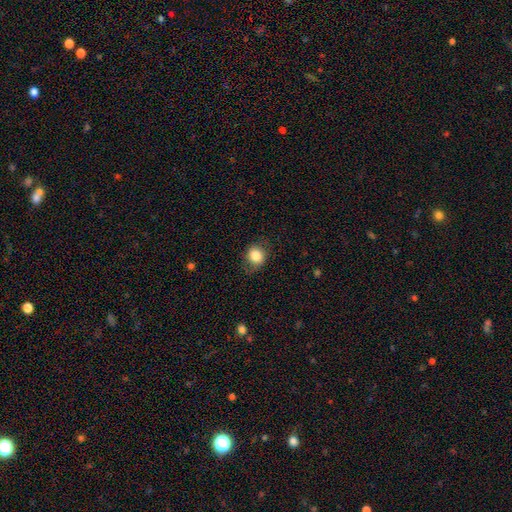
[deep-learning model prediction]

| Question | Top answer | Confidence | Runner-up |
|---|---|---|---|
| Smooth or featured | smooth | 83% | star or artifact (9%) |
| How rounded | round | 71% | in between (28%) |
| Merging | none | 78% | minor disturbance (16%) |